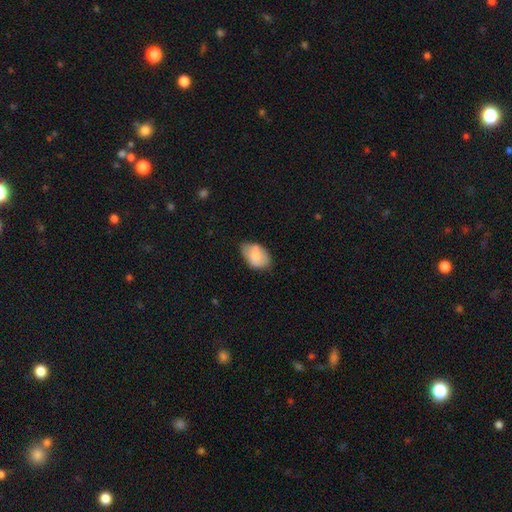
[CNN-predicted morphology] The model was most divided on "merging": none: 54%, minor disturbance: 35%, major disturbance: 7%, merger: 4%. More confident: how rounded — in between (88%); smooth or featured — smooth (79%).